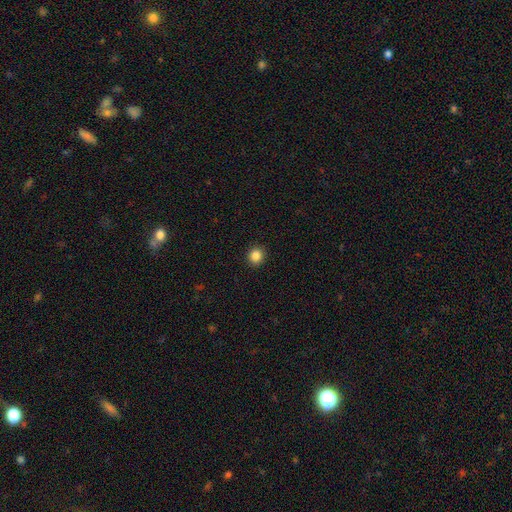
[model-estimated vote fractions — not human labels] Smooth or featured: smooth — 85% (star or artifact — 11%)
How rounded: round — 90% (in between — 9%)
Merging: none — 93% (minor disturbance — 5%)